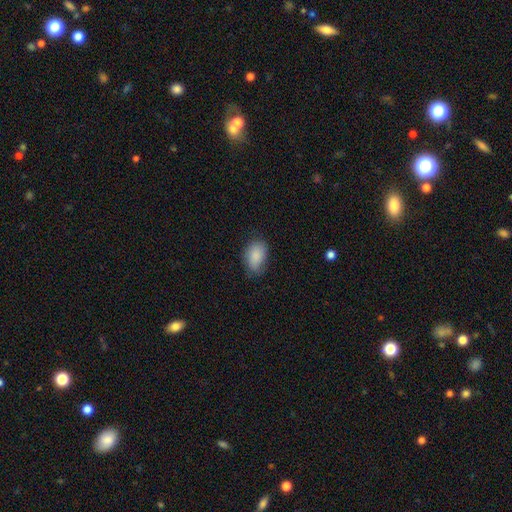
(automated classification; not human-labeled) Q: Smooth or featured?
A: smooth (87%); runner-up: star or artifact (7%)
Q: How rounded?
A: in between (87%); runner-up: round (12%)
Q: Merging?
A: none (68%); runner-up: minor disturbance (25%)